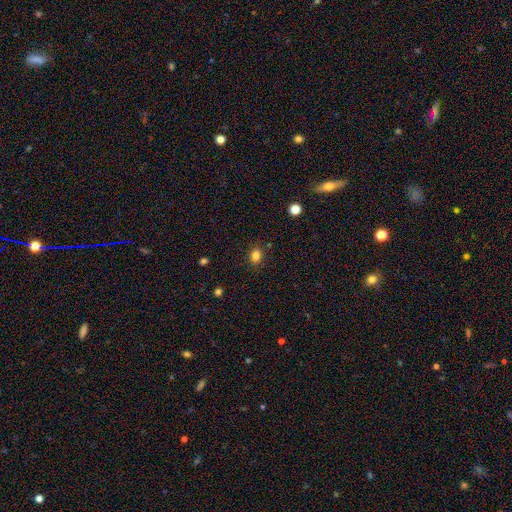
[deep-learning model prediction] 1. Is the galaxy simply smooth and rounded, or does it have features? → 83% smooth, 12% star or artifact, 5% featured or disk.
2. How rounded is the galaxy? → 50% in between, 48% round, 1% cigar-shaped.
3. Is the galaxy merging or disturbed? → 86% none, 10% minor disturbance, 3% major disturbance, 2% merger.